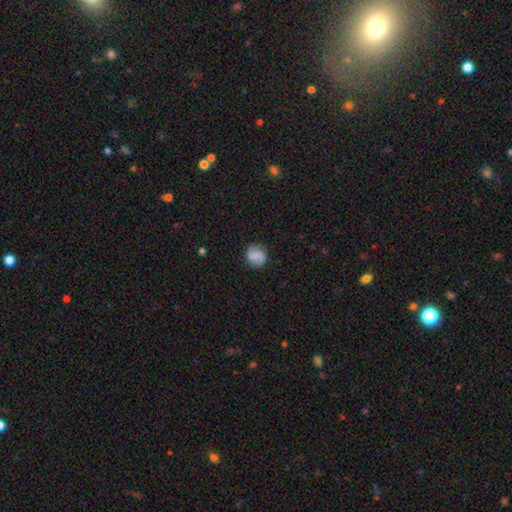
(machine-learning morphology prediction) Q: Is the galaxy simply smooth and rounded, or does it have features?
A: smooth — 67%.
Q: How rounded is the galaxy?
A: round — 75%.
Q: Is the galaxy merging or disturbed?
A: none — 82%.